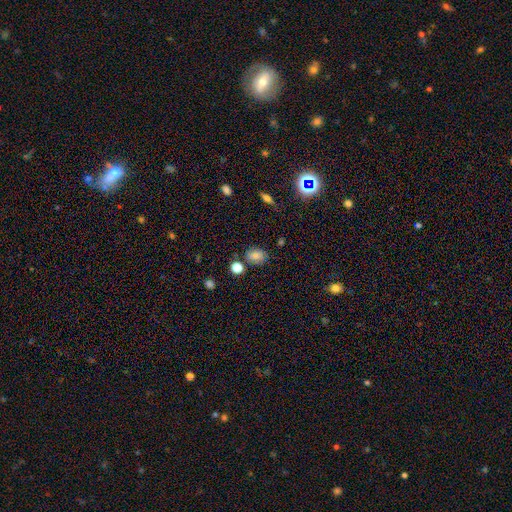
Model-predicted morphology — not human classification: Smooth or featured?
  - smooth: 79% *
  - star or artifact: 13%
  - featured or disk: 8%
How rounded?
  - in between: 62% *
  - round: 36%
  - cigar-shaped: 1%
Merging?
  - none: 76% *
  - minor disturbance: 15%
  - merger: 6%
  - major disturbance: 4%